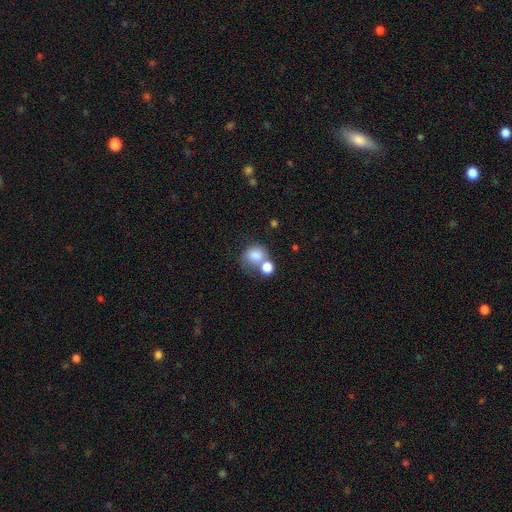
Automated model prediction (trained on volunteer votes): smooth_or_featured: smooth (p=0.79) [alt: featured or disk p=0.11]
how_rounded: round (p=0.72) [alt: in between p=0.27]
merging: merger (p=0.44) [alt: none p=0.36]